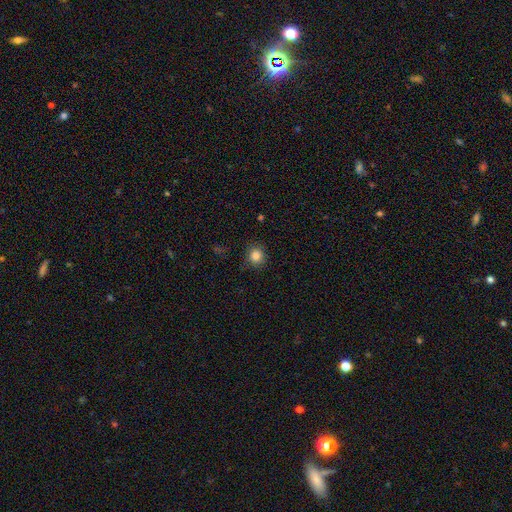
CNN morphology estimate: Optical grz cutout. It shows a smooth galaxy with no disk features (84%) that is round (91%). Merging: none (86%).